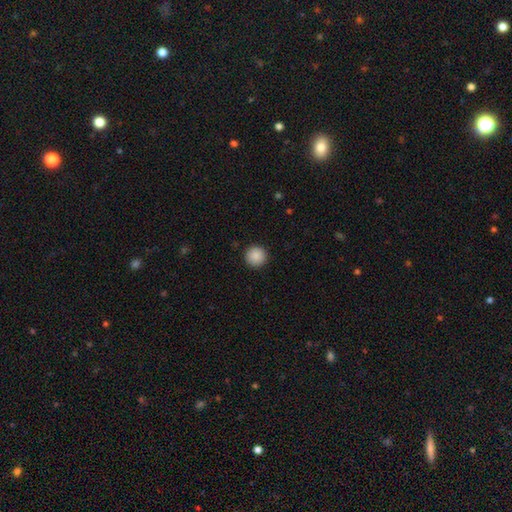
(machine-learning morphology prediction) type=smooth (89%); roundness=round (96%); merging=none (93%).